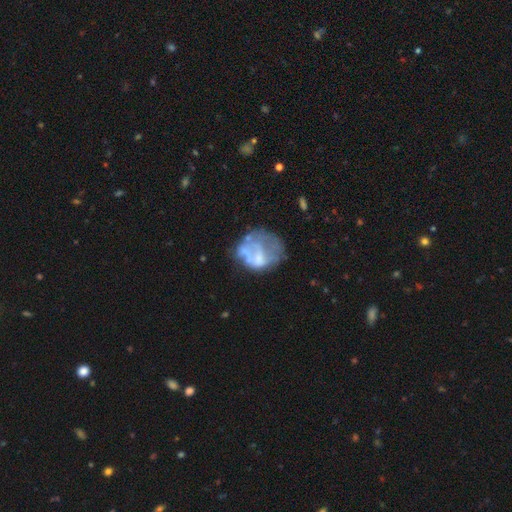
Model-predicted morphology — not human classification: Smooth or featured: featured or disk — 53% (smooth — 35%)
Edge-on disk: no — 98% (yes — 2%)
Bar: no — 78% (weak — 16%)
Spiral arms: no — 86% (yes — 14%)
Bulge size: none — 62% (moderate — 17%)
Merging: none — 38% (major disturbance — 33%)